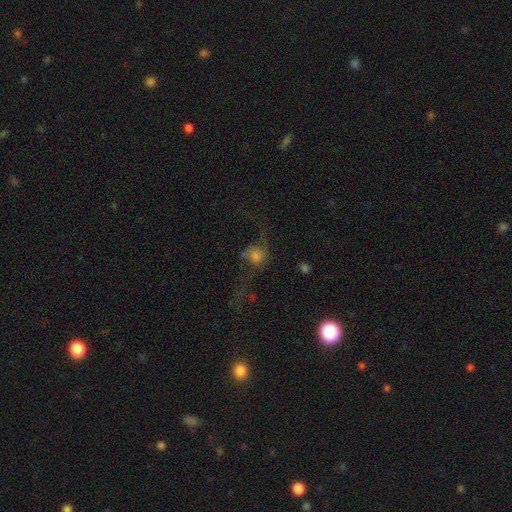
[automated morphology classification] A featured or disk galaxy (42%).

Vote fractions:
- Smooth or featured? featured or disk: 42% / smooth: 40% / star or artifact: 18%
- Merging? major disturbance: 43% / none: 37% / minor disturbance: 14% / merger: 6%